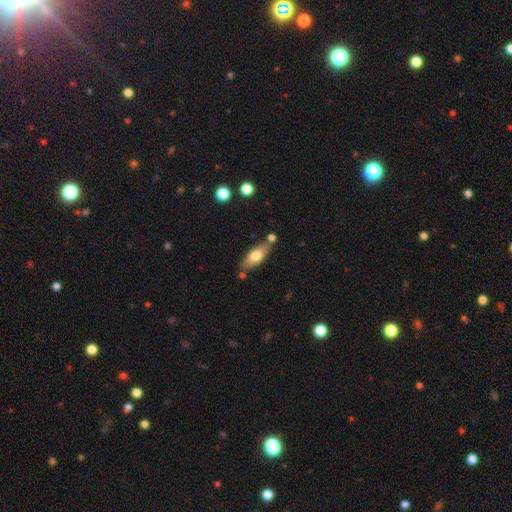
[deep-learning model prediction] smooth-or-featured: smooth: 67% | featured or disk: 27% | star or artifact: 6%
  how-rounded: in between: 69% | cigar-shaped: 28% | round: 3%
  merging: none: 70% | minor disturbance: 16% | merger: 11% | major disturbance: 3%